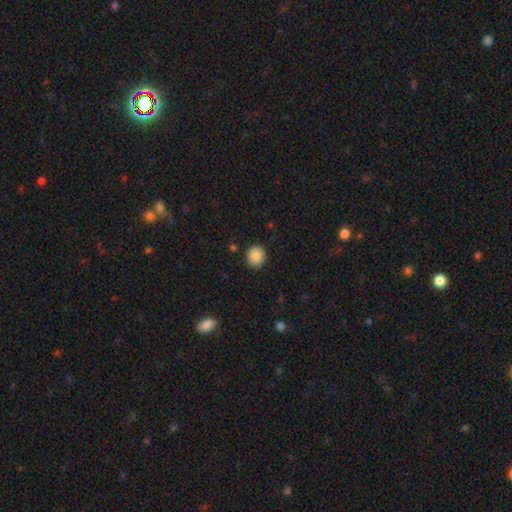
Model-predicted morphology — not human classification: Smooth or featured: smooth — 87% (star or artifact — 9%)
How rounded: round — 86% (in between — 14%)
Merging: none — 89% (minor disturbance — 8%)